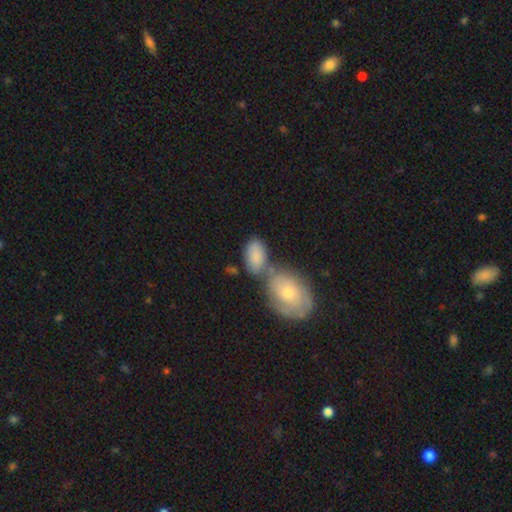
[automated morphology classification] Q: Smooth or featured?
A: smooth (78%); runner-up: featured or disk (15%)
Q: How rounded?
A: in between (91%); runner-up: round (7%)
Q: Merging?
A: merger (43%); runner-up: none (37%)